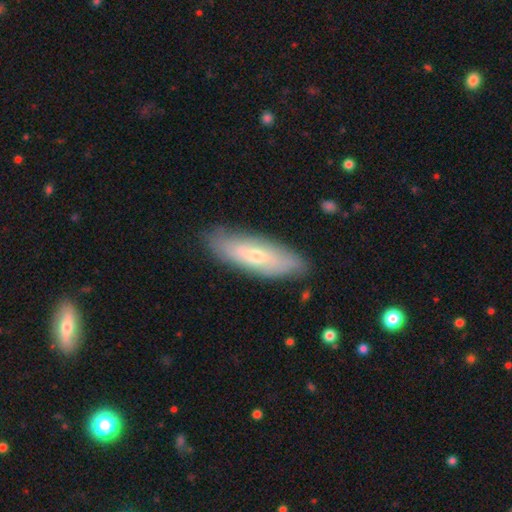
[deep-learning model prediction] smooth 50%, featured or disk 44%, star or artifact 6%. Down the decision tree: merging — none (81%).